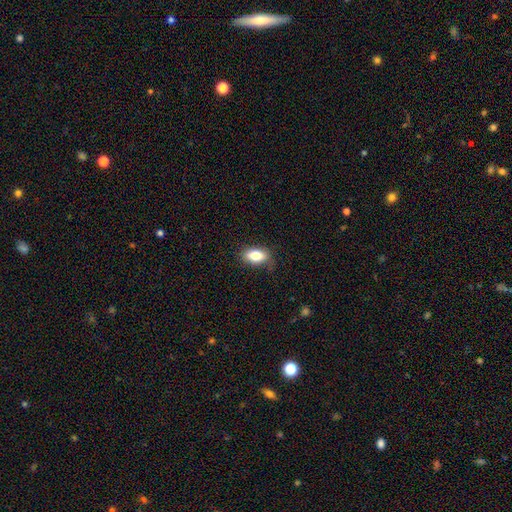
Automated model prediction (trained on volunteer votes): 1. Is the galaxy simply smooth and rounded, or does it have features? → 80% smooth, 12% featured or disk, 8% star or artifact.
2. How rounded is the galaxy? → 87% in between, 7% round, 6% cigar-shaped.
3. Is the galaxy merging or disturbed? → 79% none, 16% minor disturbance, 4% major disturbance, 1% merger.